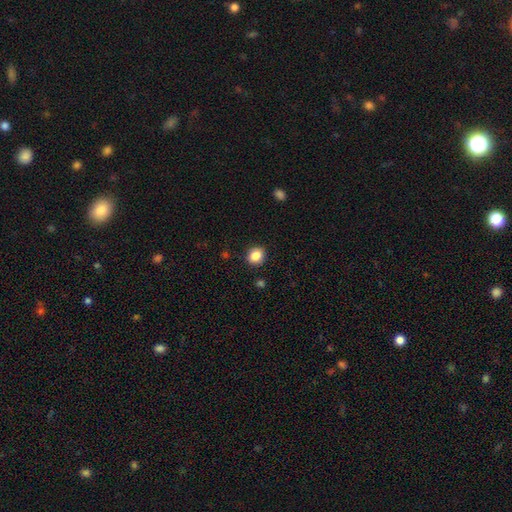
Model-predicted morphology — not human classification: Overall: smooth (86%). How rounded: round (62%; in between 37%). Merging: none (89%).